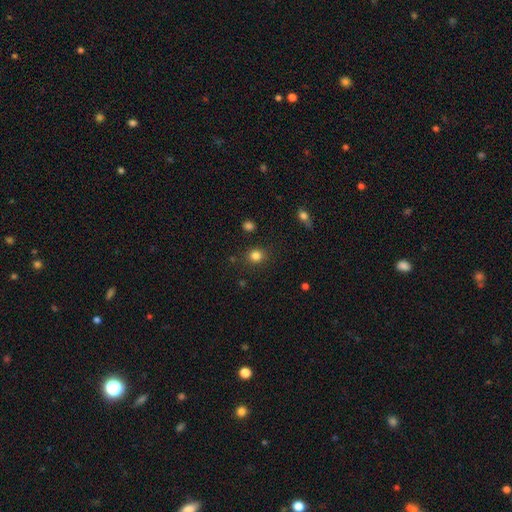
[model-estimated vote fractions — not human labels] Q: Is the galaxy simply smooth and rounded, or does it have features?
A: smooth — 83%.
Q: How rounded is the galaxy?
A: round — 77%.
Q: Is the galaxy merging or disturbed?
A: none — 86%.